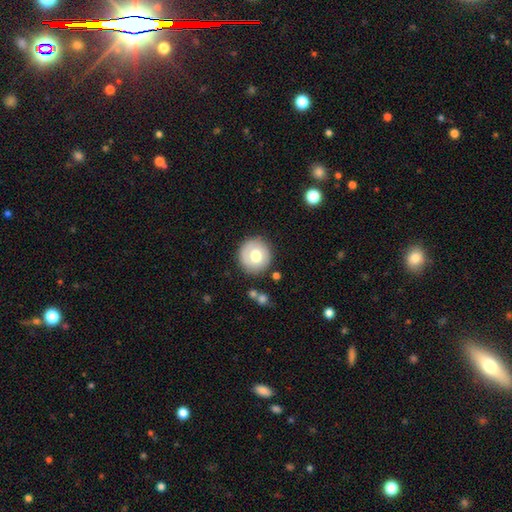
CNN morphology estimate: Smooth or featured: smooth — 69% (featured or disk — 23%)
How rounded: round — 93% (in between — 6%)
Merging: none — 84% (minor disturbance — 10%)